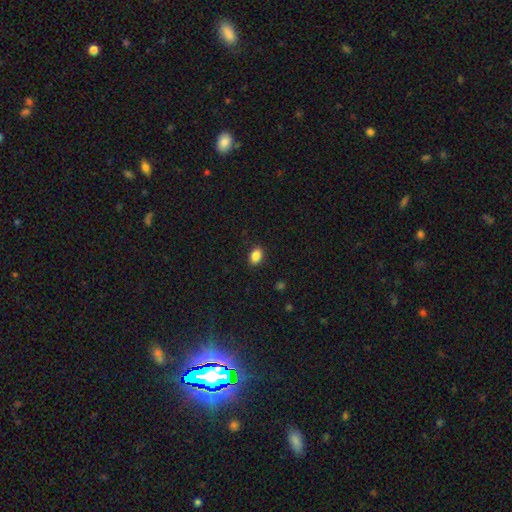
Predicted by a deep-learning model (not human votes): This appears to be a smooth galaxy with no disk features (87%) that is in between round and cigar-shaped (78%). Merging: none (89%).